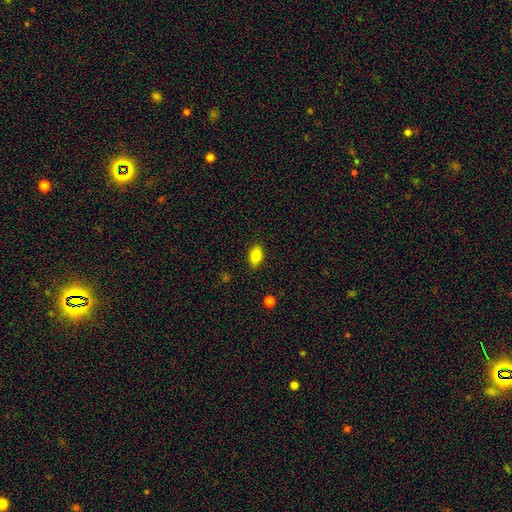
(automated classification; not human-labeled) A smooth galaxy with no disk features (84%) that is in between round and cigar-shaped (89%).

Vote fractions:
- Smooth or featured? smooth: 84% / star or artifact: 8% / featured or disk: 8%
- How rounded? in between: 89% / round: 9% / cigar-shaped: 3%
- Merging? none: 87% / minor disturbance: 10% / major disturbance: 2% / merger: 1%